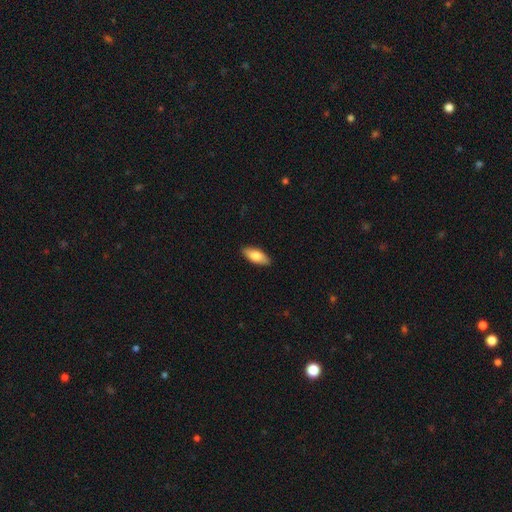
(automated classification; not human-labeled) This appears to be a smooth galaxy with no disk features (79%) that is in between round and cigar-shaped (82%). Merging: none (89%).